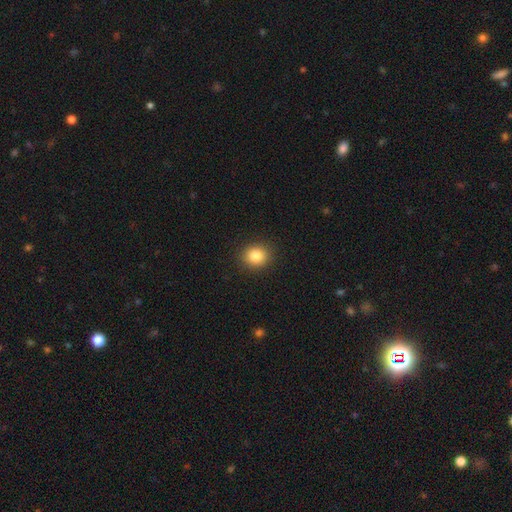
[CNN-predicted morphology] Overall: smooth (84%). How rounded: round (77%). Merging: none (91%).